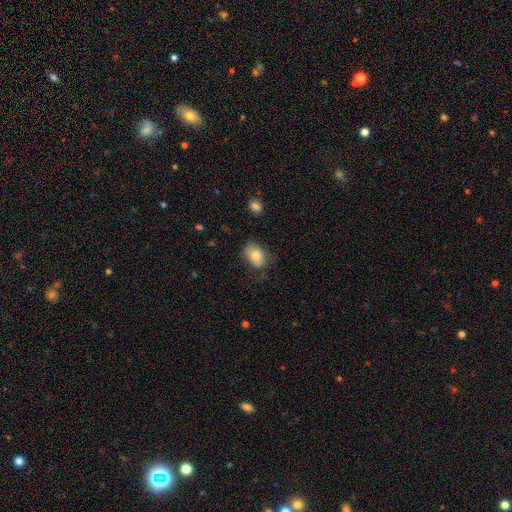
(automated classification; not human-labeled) A smooth galaxy with no disk features (79%) that is in between round and cigar-shaped (77%). Merging: none (66%).